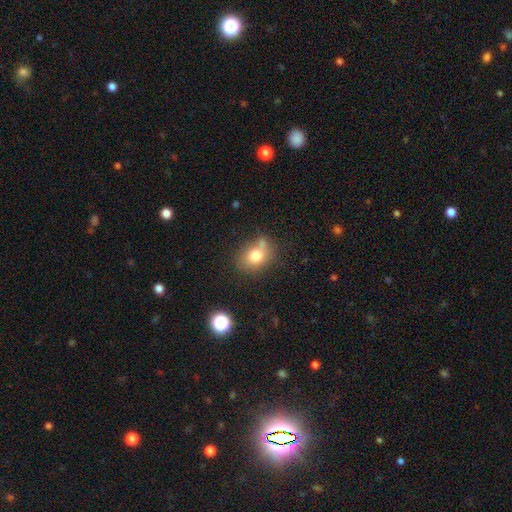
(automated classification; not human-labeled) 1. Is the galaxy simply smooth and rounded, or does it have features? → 77% smooth, 12% featured or disk, 11% star or artifact.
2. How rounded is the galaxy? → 52% in between, 46% round, 1% cigar-shaped.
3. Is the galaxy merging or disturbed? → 56% none, 22% minor disturbance, 16% merger, 7% major disturbance.